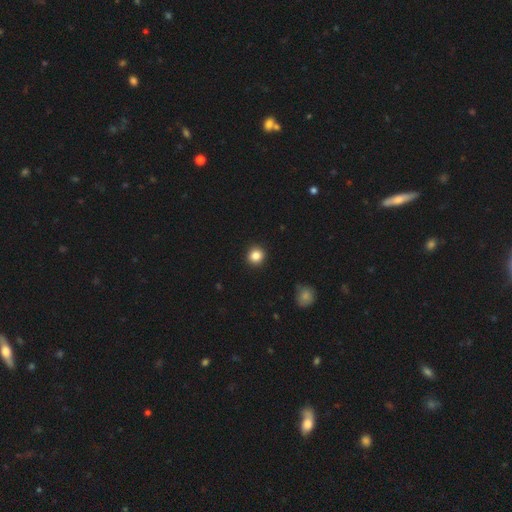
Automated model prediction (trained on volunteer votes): Smooth or featured? Predicted: smooth (p=0.85). How rounded? Predicted: round (p=0.91). Merging? Predicted: none (p=0.92).